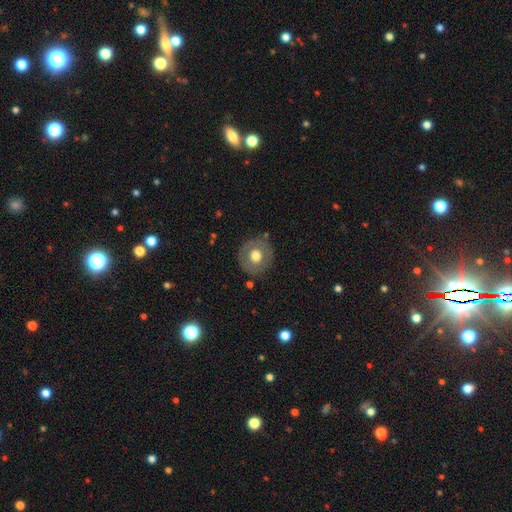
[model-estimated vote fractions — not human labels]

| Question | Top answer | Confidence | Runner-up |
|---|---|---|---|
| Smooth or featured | smooth | 58% | featured or disk (35%) |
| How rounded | round | 89% | in between (10%) |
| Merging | none | 85% | minor disturbance (10%) |